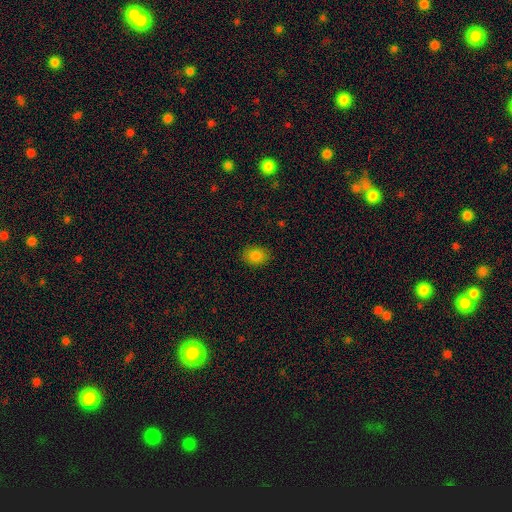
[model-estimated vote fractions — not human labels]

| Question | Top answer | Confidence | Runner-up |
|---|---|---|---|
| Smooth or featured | smooth | 83% | star or artifact (11%) |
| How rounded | in between | 61% | round (38%) |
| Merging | none | 89% | minor disturbance (8%) |